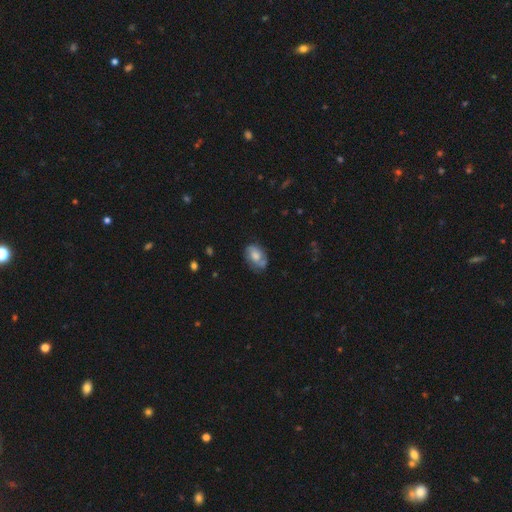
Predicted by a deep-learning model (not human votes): Smooth or featured? Predicted: smooth (p=0.46, tied with featured or disk). Merging? Predicted: none (p=0.61).